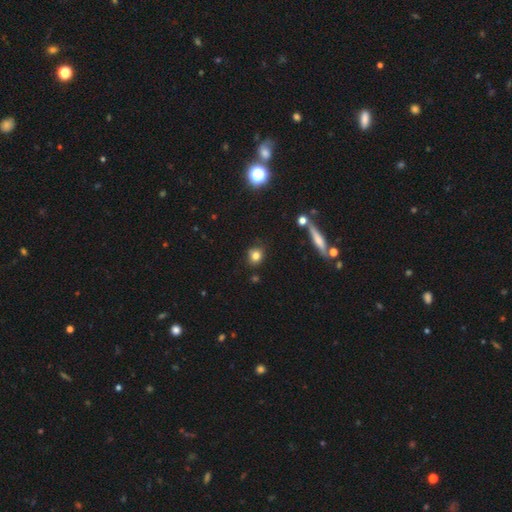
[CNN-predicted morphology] A smooth galaxy with no disk features (79%) that is round (71%). Merging: none (80%).